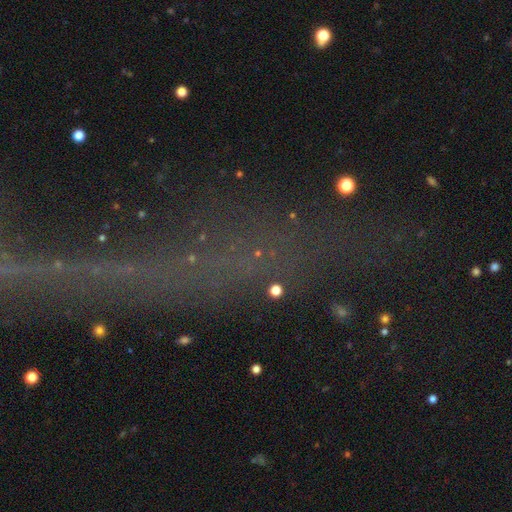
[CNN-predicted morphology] smooth_or_featured: star or artifact (p=0.58) [alt: featured or disk p=0.25]